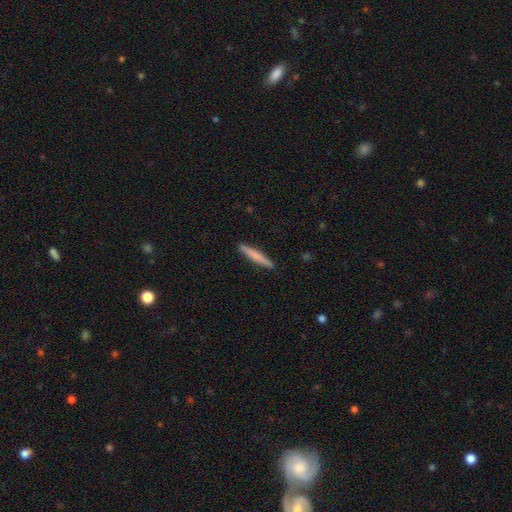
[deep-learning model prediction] smooth_or_featured: smooth (p=0.68) [alt: featured or disk p=0.27]
how_rounded: cigar-shaped (p=0.95) [alt: in between p=0.03]
merging: none (p=0.92) [alt: minor disturbance p=0.06]